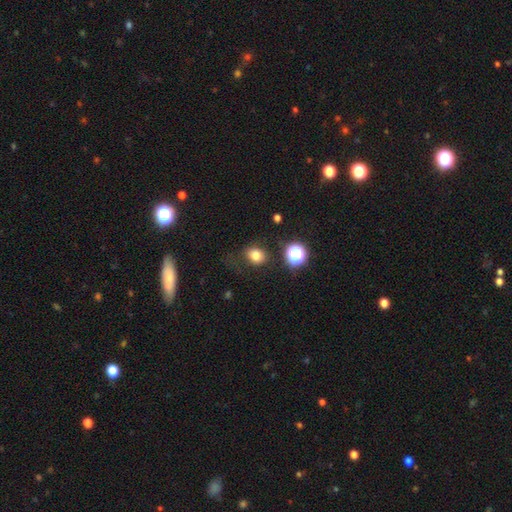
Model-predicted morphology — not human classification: This appears to be a smooth galaxy with no disk features (77%) that is round (56%). Merging: none (71%).